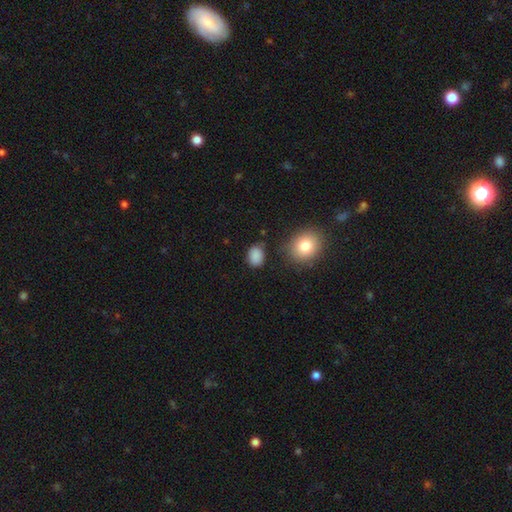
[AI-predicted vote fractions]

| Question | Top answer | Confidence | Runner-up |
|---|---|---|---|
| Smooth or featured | smooth | 86% | star or artifact (10%) |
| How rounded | in between | 61% | round (38%) |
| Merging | none | 74% | minor disturbance (18%) |